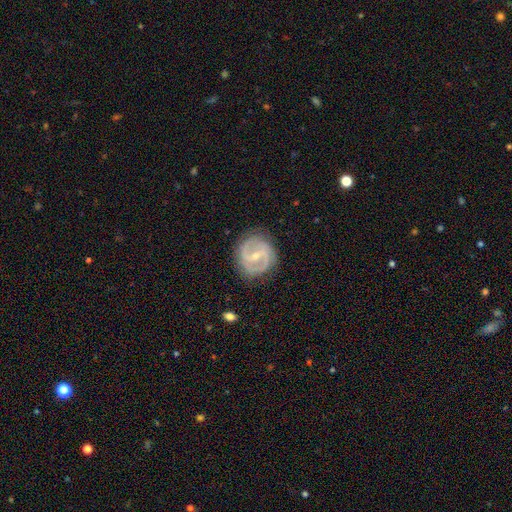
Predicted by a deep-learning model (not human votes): smooth-or-featured: featured or disk: 81% | smooth: 13% | star or artifact: 5%
  disk-edge-on: no: 97% | yes: 3%
    bar: weak: 45% | strong: 38% | no: 17%
    has-spiral-arms: yes: 85% | no: 15%
      spiral-winding: medium: 46% | tight: 39% | loose: 15%
      spiral-arm-count: 2: 83% | can't tell: 9% | 3: 3% | 1: 2% | 4: 1% | more than 4: 1%
    bulge-size: small: 62% | moderate: 35% | none: 1% | large: 1% | dominant: 1%
  merging: none: 81% | minor disturbance: 14% | major disturbance: 5% | merger: 1%